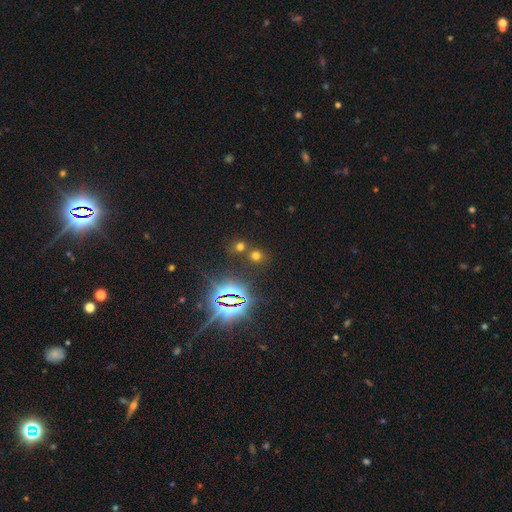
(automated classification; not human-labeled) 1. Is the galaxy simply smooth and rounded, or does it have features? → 47% smooth, 45% star or artifact, 8% featured or disk.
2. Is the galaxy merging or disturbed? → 67% none, 23% merger, 7% minor disturbance, 3% major disturbance.